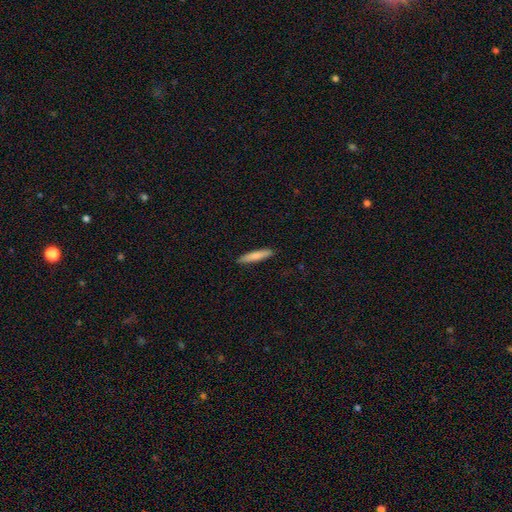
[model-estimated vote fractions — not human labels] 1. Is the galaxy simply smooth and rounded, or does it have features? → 79% smooth, 16% featured or disk, 5% star or artifact.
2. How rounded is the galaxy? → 89% cigar-shaped, 10% in between, 1% round.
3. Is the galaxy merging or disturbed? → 90% none, 7% minor disturbance, 2% major disturbance, 1% merger.